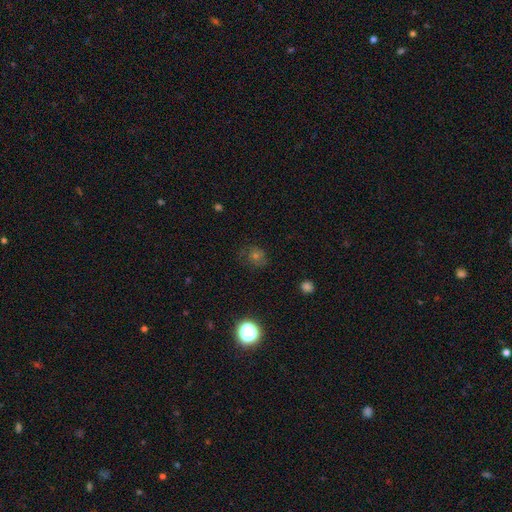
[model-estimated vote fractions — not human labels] This appears to be a smooth galaxy with no disk features (44%). Merging: none (75%).